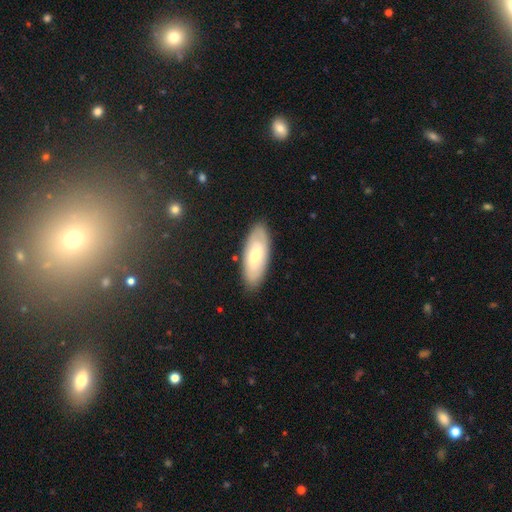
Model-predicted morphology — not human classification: Smooth or featured?
  - smooth: 50% *
  - featured or disk: 44%
  - star or artifact: 6%
Merging?
  - none: 87% *
  - minor disturbance: 10%
  - major disturbance: 2%
  - merger: 1%